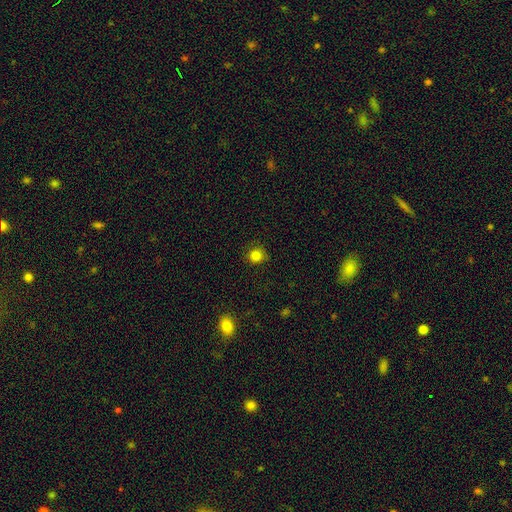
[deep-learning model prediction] This appears to be a smooth galaxy with no disk features (82%) that is round (90%). Merging: none (85%).